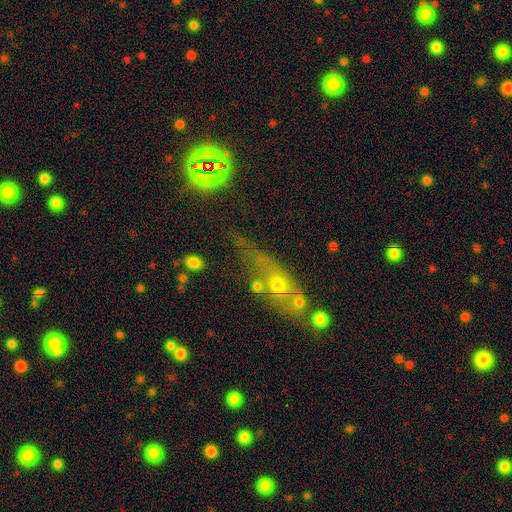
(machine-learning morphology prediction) The model was most divided on "smooth or featured": smooth: 37%, star or artifact: 33%, featured or disk: 30%. Remaining: merging — none (47%).